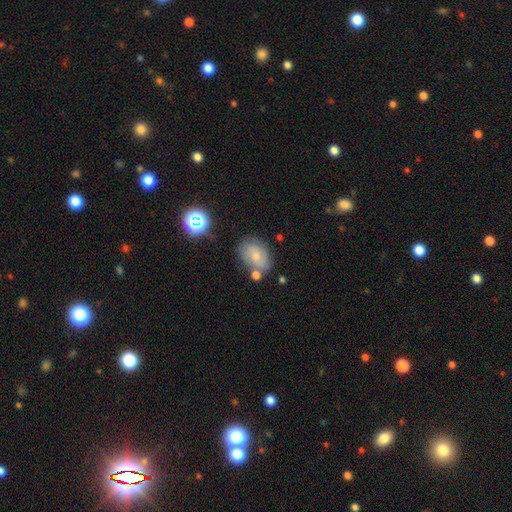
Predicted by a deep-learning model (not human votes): Smooth or featured? smooth (61%)
How rounded? in between (72%)
Merging? none (62%)